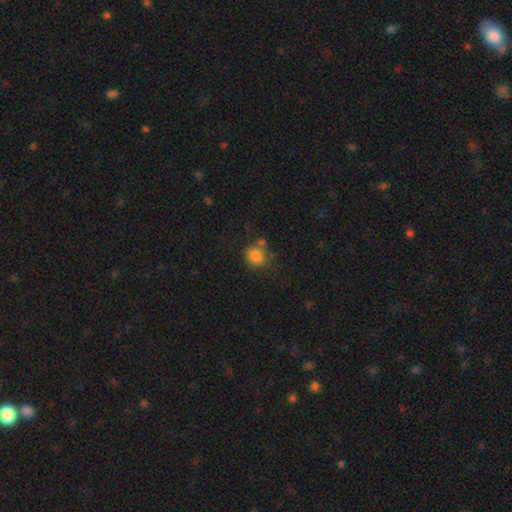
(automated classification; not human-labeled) Smooth or featured: smooth — 84% (star or artifact — 11%)
How rounded: round — 75% (in between — 24%)
Merging: none — 61% (minor disturbance — 16%)